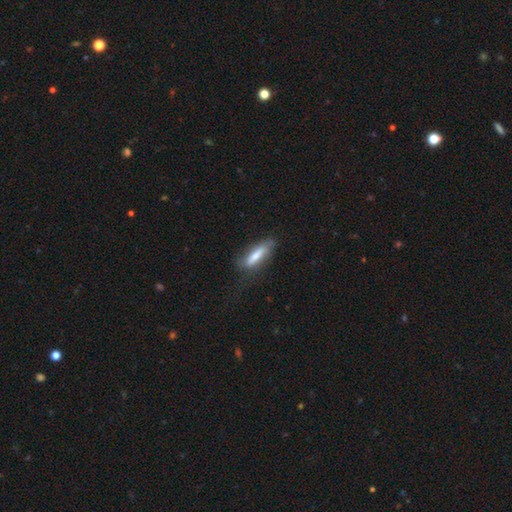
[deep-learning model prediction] A smooth galaxy with no disk features (66%) that is cigar-shaped (62%). Merging: none (64%).